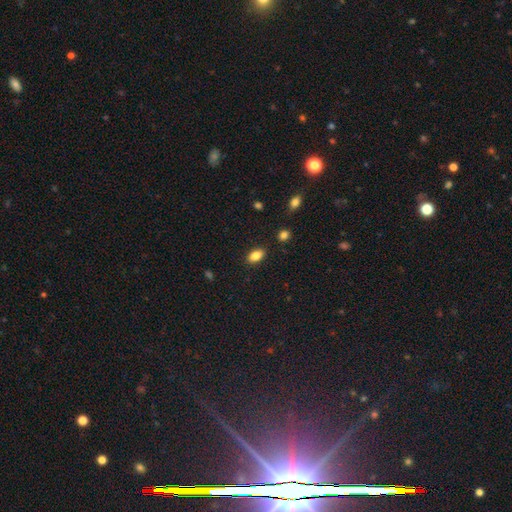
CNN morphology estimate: Smooth or featured? smooth (85%)
How rounded? in between (89%)
Merging? none (87%)